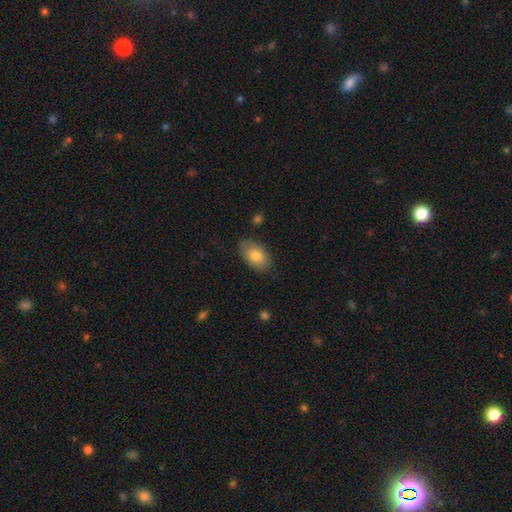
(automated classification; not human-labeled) Overall: smooth (81%). How rounded: in between (92%). Merging: none (81%).